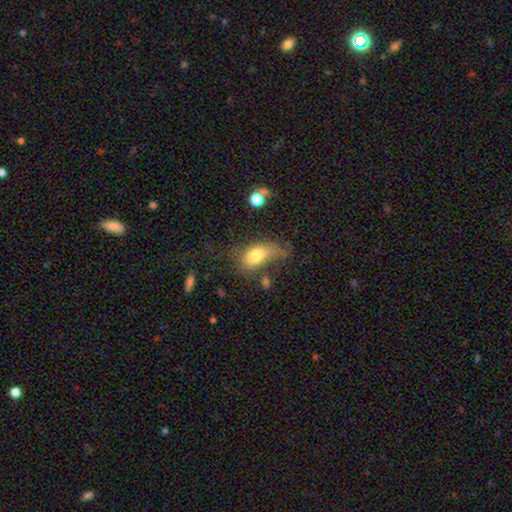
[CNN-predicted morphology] type=smooth (71%); roundness=in between (85%); merging=none (32%, tied with major disturbance).